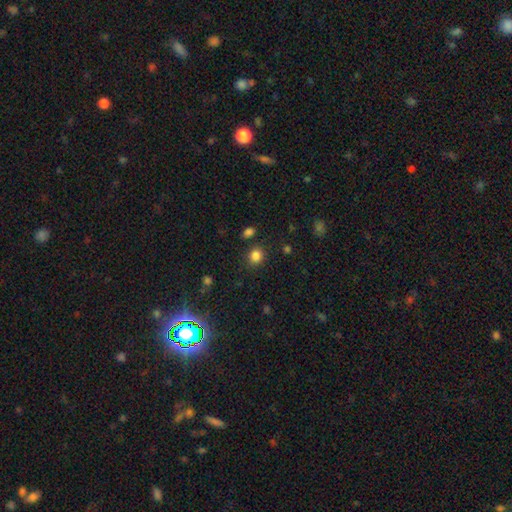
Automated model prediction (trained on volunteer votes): Smooth or featured: smooth — 83% (star or artifact — 13%)
How rounded: round — 72% (in between — 27%)
Merging: none — 83% (minor disturbance — 10%)